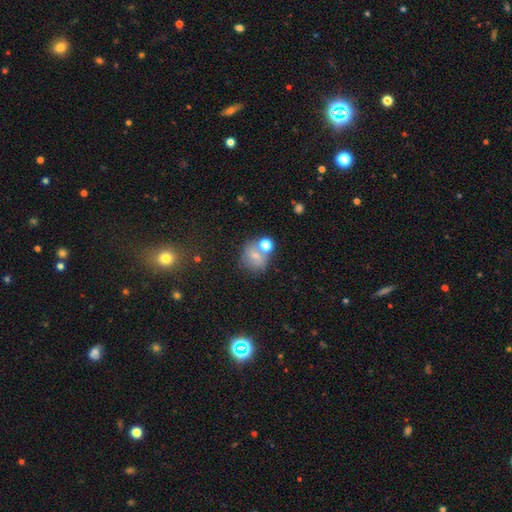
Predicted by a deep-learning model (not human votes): This appears to be a smooth galaxy with no disk features (65%) that is round (74%). Merging: none (49%).